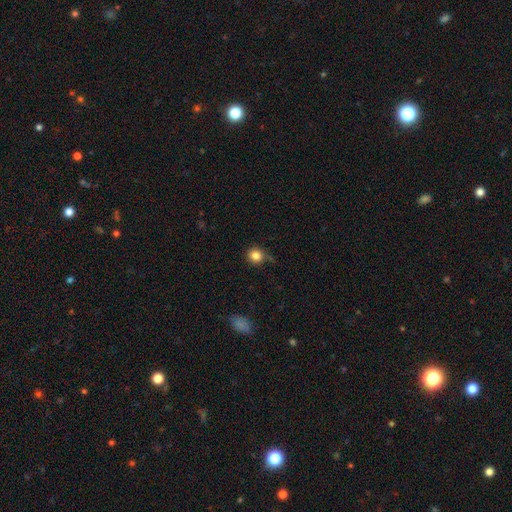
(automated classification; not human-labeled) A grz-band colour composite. It shows a smooth galaxy with no disk features (83%) that is round (90%). Merging: none (71%).